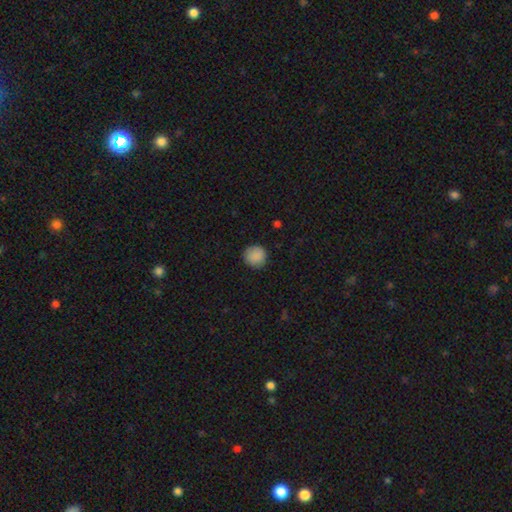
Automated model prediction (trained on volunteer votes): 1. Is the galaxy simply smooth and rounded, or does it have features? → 89% smooth, 8% star or artifact, 3% featured or disk.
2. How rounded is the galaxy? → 93% round, 6% in between, 1% cigar-shaped.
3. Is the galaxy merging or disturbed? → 90% none, 7% minor disturbance, 2% major disturbance, 1% merger.